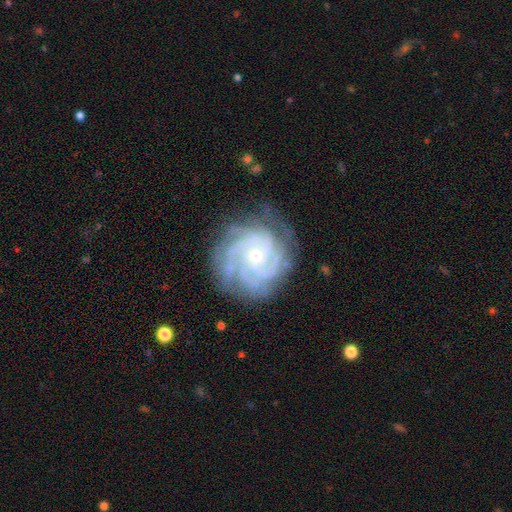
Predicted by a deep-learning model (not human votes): The model was most divided on "spiral arm count": 4: 34%, 3: 19%, can't tell: 18%, more than 4: 15%, 2: 8%, 1: 6%. More confident: spiral arms — yes (98%); edge-on disk — no (98%); smooth or featured — featured or disk (89%); spiral winding — tight (77%); bar — no (76%); merging — none (75%); bulge size — small (74%).